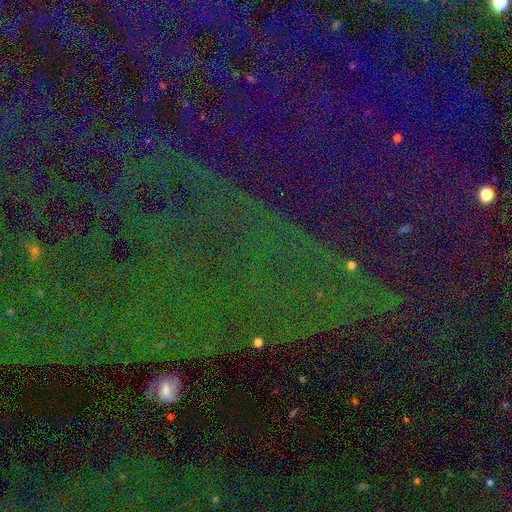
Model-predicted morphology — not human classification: smooth_or_featured: star or artifact (p=0.84) [alt: smooth p=0.09]